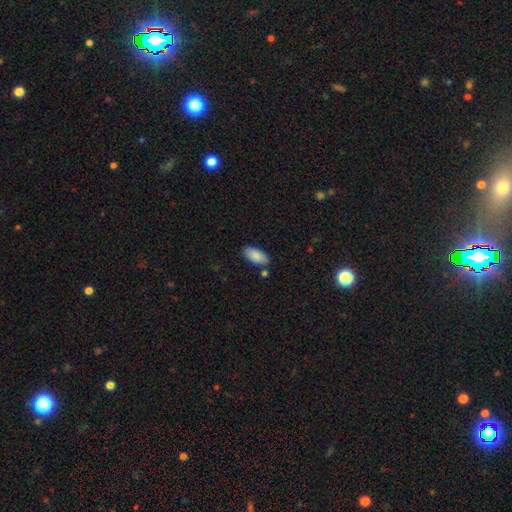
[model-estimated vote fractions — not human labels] This appears to be a smooth galaxy with no disk features (88%) that is in between round and cigar-shaped (91%). Merging: none (80%).